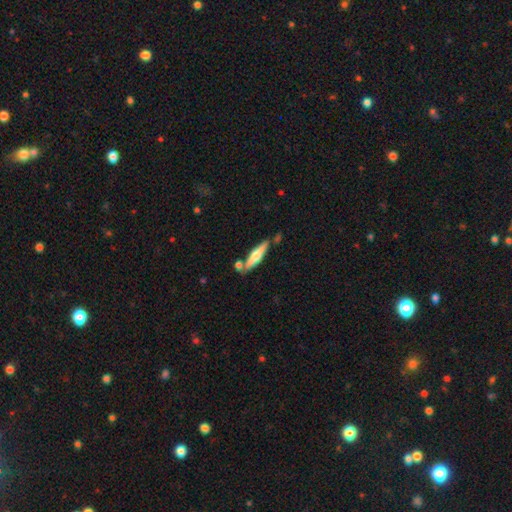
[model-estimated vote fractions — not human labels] This appears to be a featured or disk galaxy (50%) viewed edge-on (94%). Merging: none (72%).